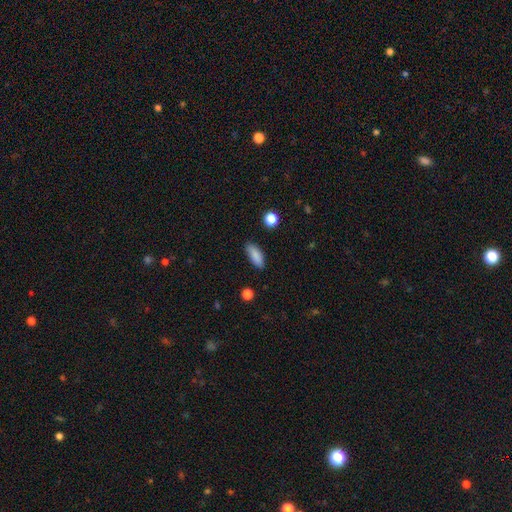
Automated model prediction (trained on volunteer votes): Smooth or featured?
  - smooth: 86% *
  - star or artifact: 8%
  - featured or disk: 6%
How rounded?
  - in between: 75% *
  - cigar-shaped: 23%
  - round: 3%
Merging?
  - none: 83% *
  - minor disturbance: 13%
  - major disturbance: 3%
  - merger: 2%